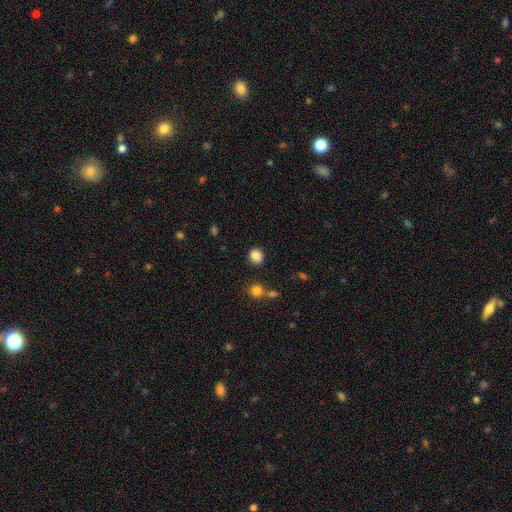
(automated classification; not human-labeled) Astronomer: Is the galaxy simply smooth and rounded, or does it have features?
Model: smooth — 86%.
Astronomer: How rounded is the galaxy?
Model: round — 82%.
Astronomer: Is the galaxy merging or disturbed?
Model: none — 84%.